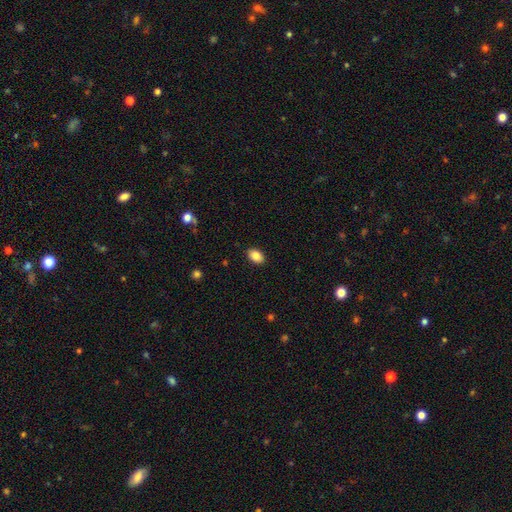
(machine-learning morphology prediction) type=smooth (86%); roundness=in between (87%); merging=none (89%).